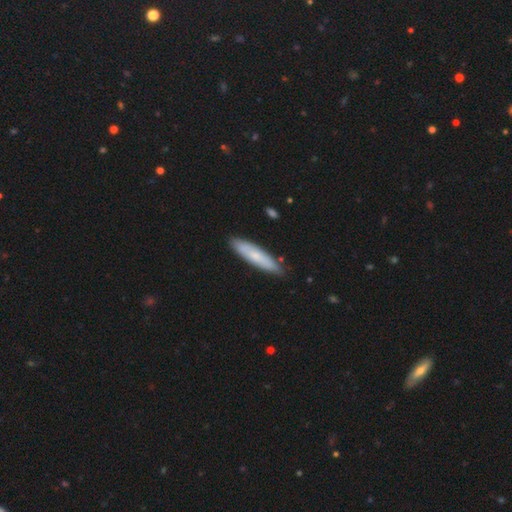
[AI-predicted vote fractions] Smooth or featured?
  - smooth: 64% *
  - featured or disk: 31%
  - star or artifact: 6%
How rounded?
  - cigar-shaped: 79% *
  - in between: 19%
  - round: 1%
Merging?
  - none: 84% *
  - minor disturbance: 12%
  - major disturbance: 2%
  - merger: 2%